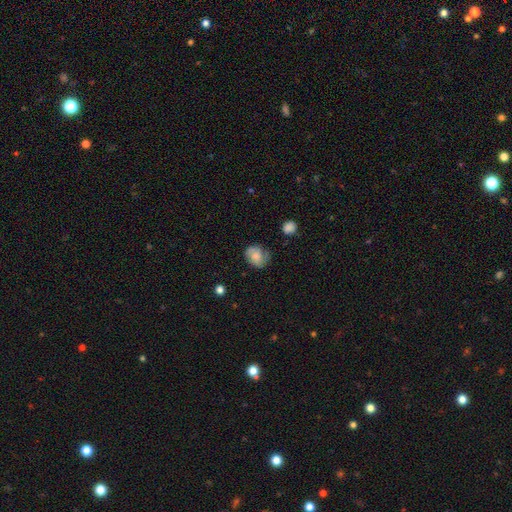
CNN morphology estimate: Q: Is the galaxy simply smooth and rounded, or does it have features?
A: smooth — 53%.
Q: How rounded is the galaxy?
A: round — 57%.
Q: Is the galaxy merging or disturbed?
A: none — 63%.